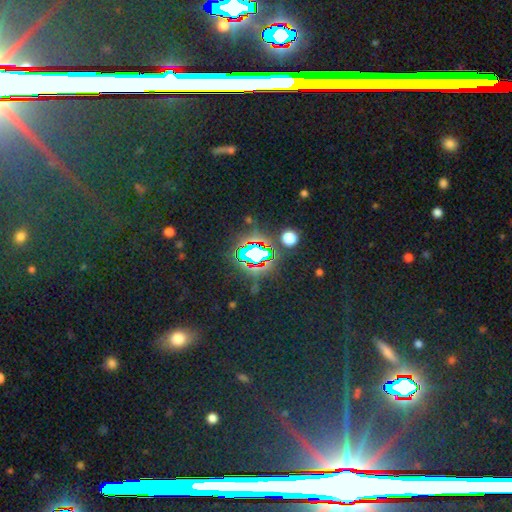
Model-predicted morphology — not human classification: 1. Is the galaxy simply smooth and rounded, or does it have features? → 76% star or artifact, 15% smooth, 9% featured or disk.